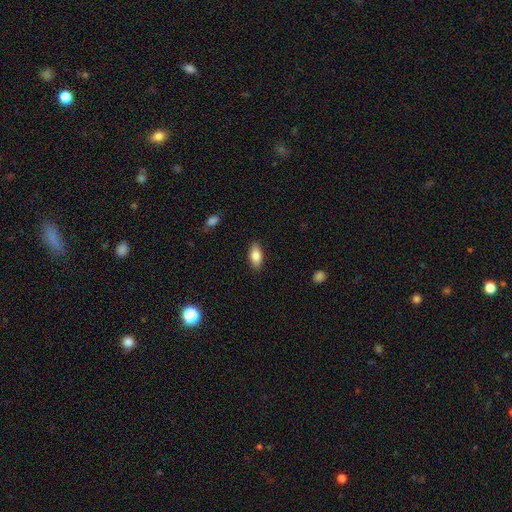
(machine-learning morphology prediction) type=smooth (83%); roundness=in between (88%); merging=none (87%).